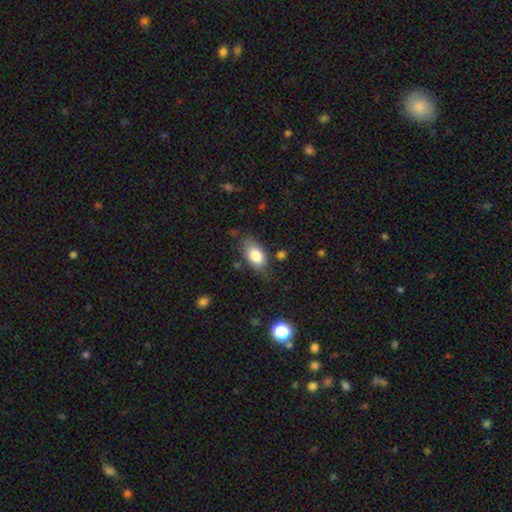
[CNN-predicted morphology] A smooth galaxy with no disk features (81%) that is in between round and cigar-shaped (91%). Merging: none (72%).